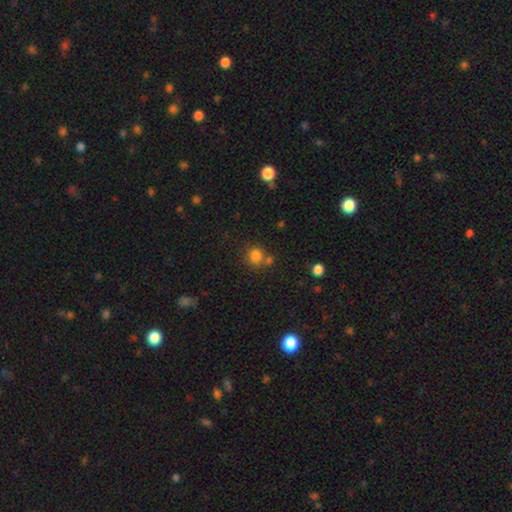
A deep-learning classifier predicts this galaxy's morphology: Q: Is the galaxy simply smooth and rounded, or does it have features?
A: smooth — 81%.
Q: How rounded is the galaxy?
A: round — 85%.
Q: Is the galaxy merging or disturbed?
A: none — 64%.